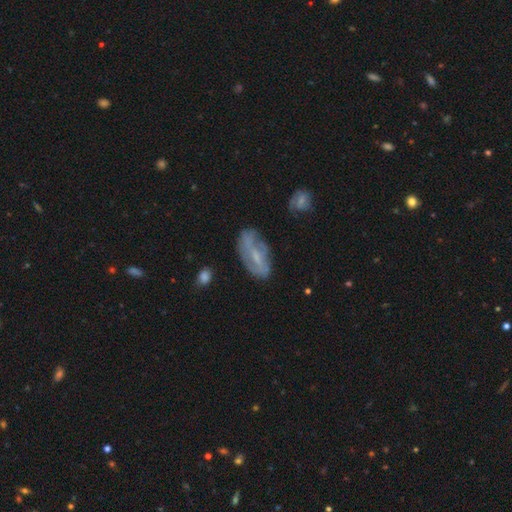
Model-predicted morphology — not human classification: Smooth or featured? featured or disk (61%)
Edge-on disk? no (89%)
Bar? weak (43%)
Spiral arms? yes (63%)
Bulge size? small (54%)
Merging? none (63%)